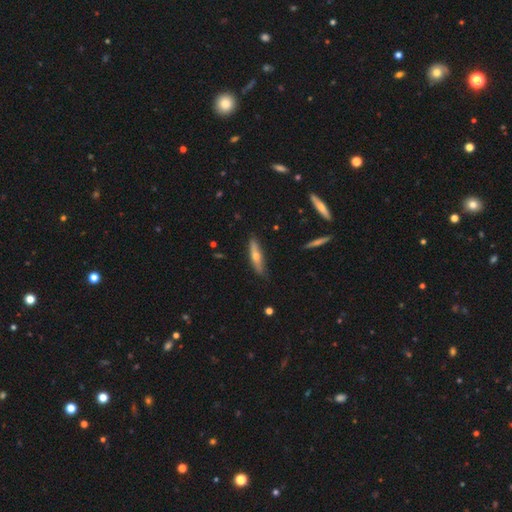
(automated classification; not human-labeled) Q: Smooth or featured?
A: featured or disk (47%); runner-up: smooth (46%)
Q: Merging?
A: none (83%); runner-up: minor disturbance (13%)